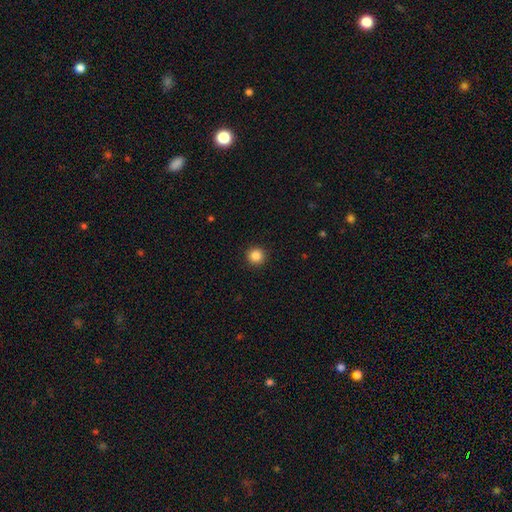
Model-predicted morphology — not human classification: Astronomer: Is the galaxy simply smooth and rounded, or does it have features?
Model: smooth — 86%.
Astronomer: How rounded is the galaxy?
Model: round — 96%.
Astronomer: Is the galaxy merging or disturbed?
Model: none — 93%.